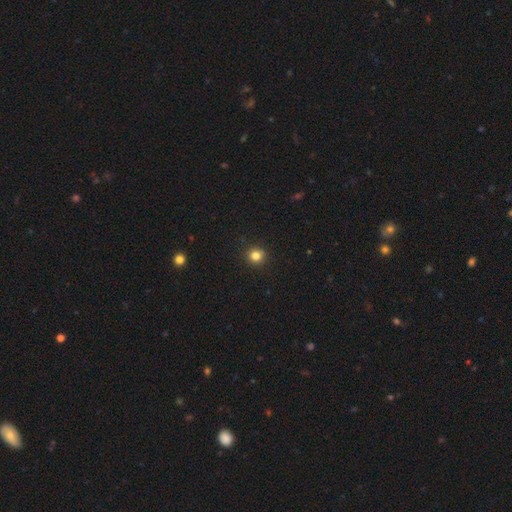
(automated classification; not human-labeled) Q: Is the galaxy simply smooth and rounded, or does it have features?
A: smooth — 82%.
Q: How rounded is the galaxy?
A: round — 92%.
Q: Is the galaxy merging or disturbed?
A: none — 92%.